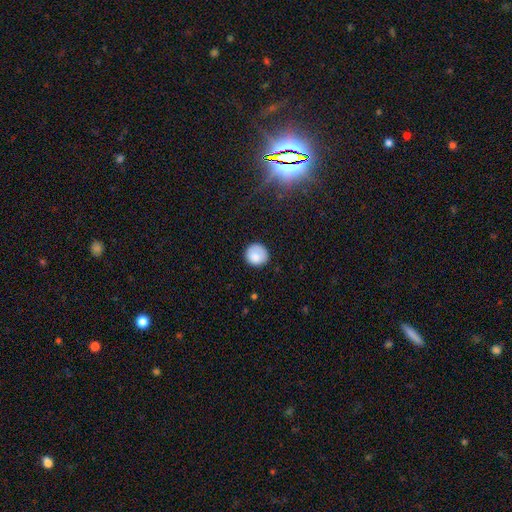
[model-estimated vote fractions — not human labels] This is clearly a smooth galaxy (84%). How rounded: clearly round (91%). Merging: clearly none (81%).